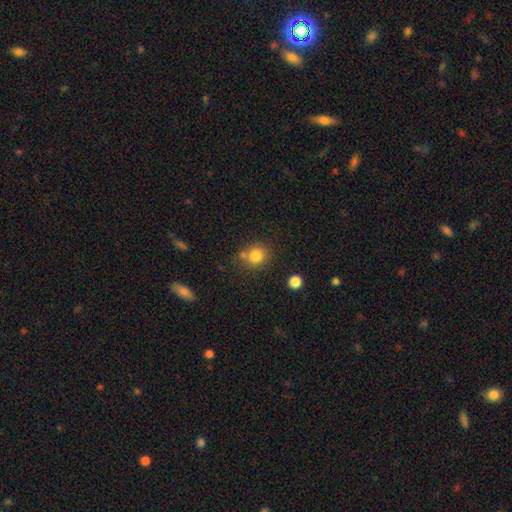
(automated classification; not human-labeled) This appears to be a smooth galaxy with no disk features (82%) that is round (86%). Merging: none (71%).